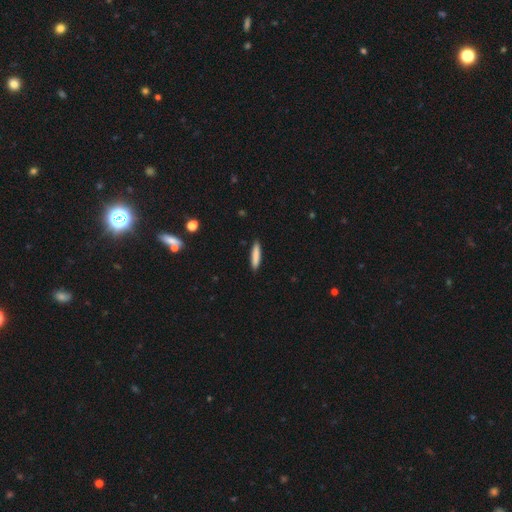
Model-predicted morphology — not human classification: smooth-or-featured: smooth: 84% | featured or disk: 10% | star or artifact: 6%
  how-rounded: cigar-shaped: 87% | in between: 12% | round: 1%
  merging: none: 90% | minor disturbance: 7% | major disturbance: 1% | merger: 1%